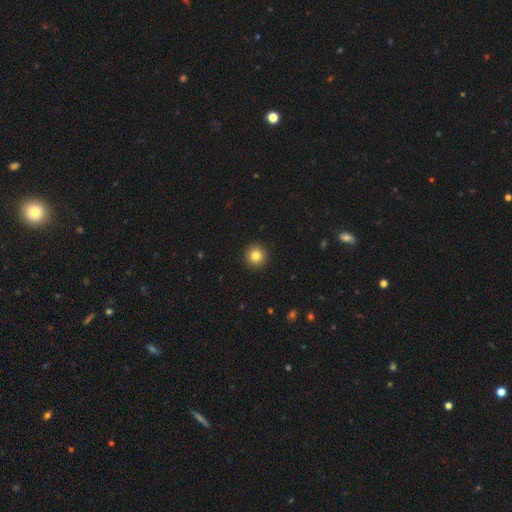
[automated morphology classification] Smooth or featured? Predicted: smooth (p=0.83). How rounded? Predicted: round (p=0.96). Merging? Predicted: none (p=0.93).